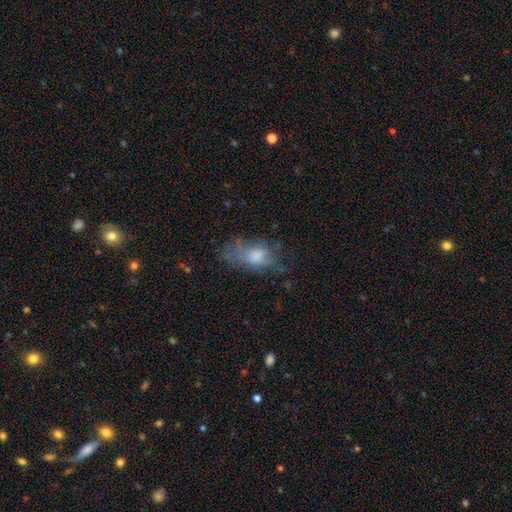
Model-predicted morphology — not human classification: Q: Smooth or featured?
A: smooth (56%); runner-up: featured or disk (32%)
Q: How rounded?
A: in between (84%); runner-up: round (8%)
Q: Merging?
A: none (44%); runner-up: minor disturbance (27%)